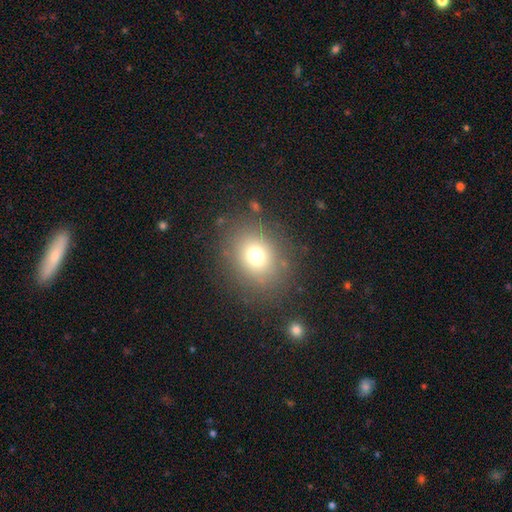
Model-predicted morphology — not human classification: The model was most divided on "how rounded": round: 64%, in between: 35%, cigar-shaped: 1%. More confident: merging — none (81%); smooth or featured — smooth (71%).